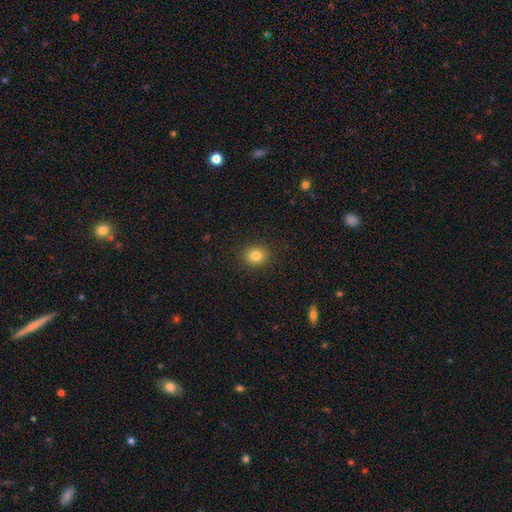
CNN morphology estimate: This is clearly a smooth galaxy (83%). How rounded: likely round (73%). Merging: clearly none (90%).